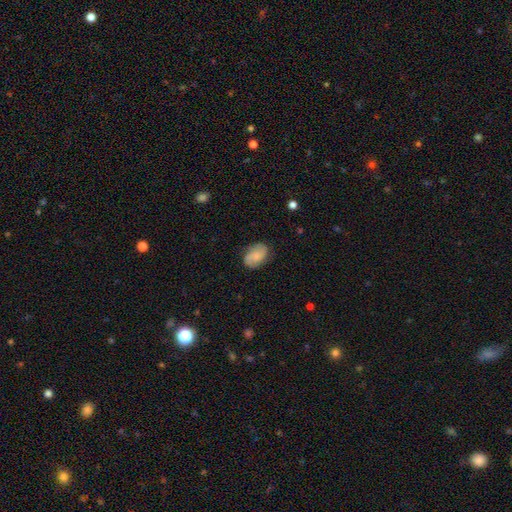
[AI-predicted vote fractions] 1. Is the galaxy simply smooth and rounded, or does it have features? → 47% smooth, 45% featured or disk, 8% star or artifact.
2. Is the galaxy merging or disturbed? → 77% none, 17% minor disturbance, 5% major disturbance, 1% merger.